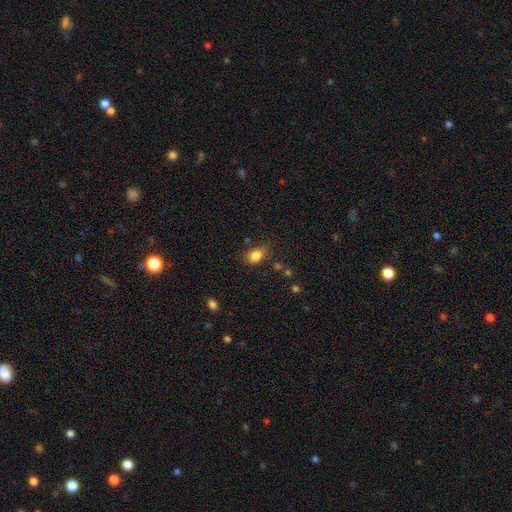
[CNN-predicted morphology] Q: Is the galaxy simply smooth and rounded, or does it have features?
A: smooth — 84%.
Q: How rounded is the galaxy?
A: in between — 69%.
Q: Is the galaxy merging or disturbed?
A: none — 71%.